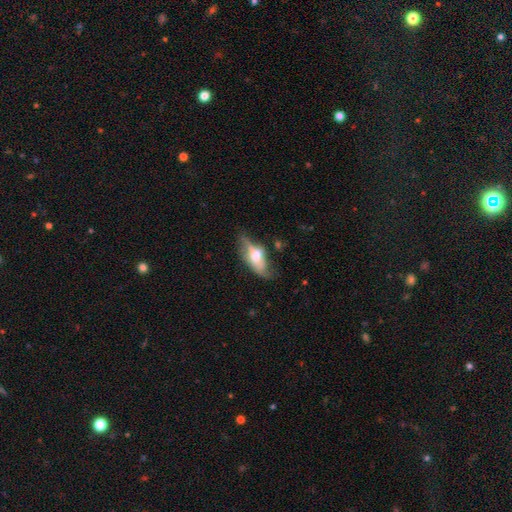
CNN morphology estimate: This appears to be a featured or disk galaxy (47%). Merging: none (39%).